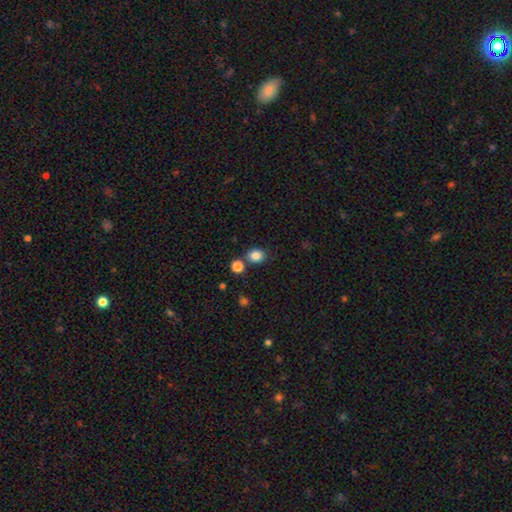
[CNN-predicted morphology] Smooth or featured?
  - smooth: 84% *
  - star or artifact: 11%
  - featured or disk: 5%
How rounded?
  - round: 65% *
  - in between: 34%
  - cigar-shaped: 1%
Merging?
  - none: 74% *
  - merger: 13%
  - minor disturbance: 10%
  - major disturbance: 3%